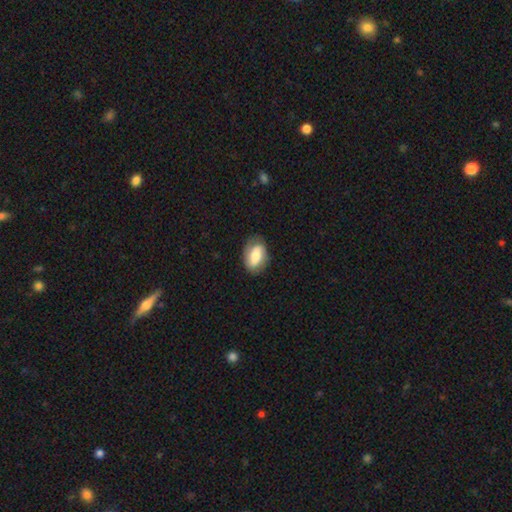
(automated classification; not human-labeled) A smooth galaxy with no disk features (58%) that is in between round and cigar-shaped (88%).

Vote fractions:
- Smooth or featured? smooth: 58% / featured or disk: 36% / star or artifact: 7%
- How rounded? in between: 88% / round: 9% / cigar-shaped: 3%
- Merging? none: 79% / minor disturbance: 16% / major disturbance: 4% / merger: 1%